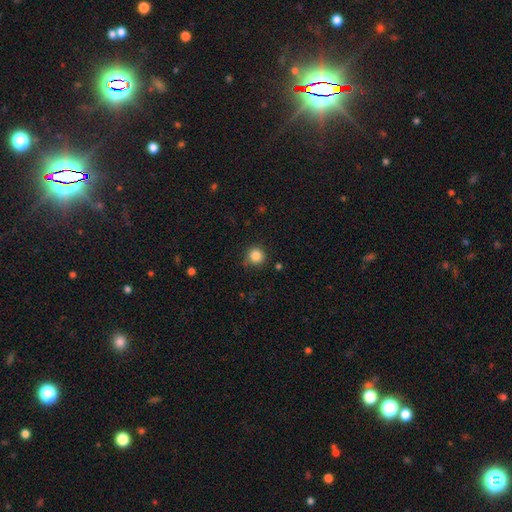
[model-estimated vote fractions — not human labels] A smooth galaxy with no disk features (85%) that is round (94%). Merging: none (84%).